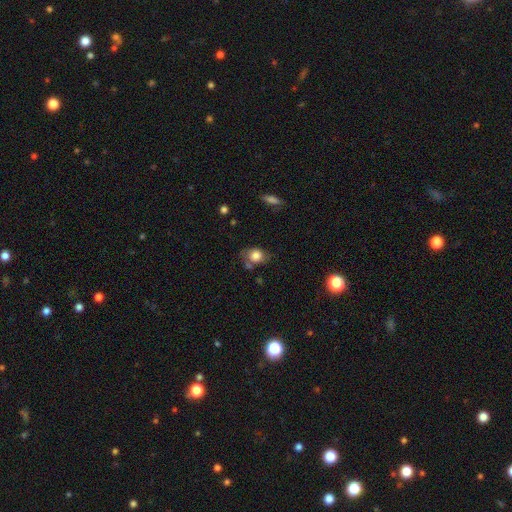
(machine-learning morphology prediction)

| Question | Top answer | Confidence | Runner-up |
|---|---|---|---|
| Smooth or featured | smooth | 74% | featured or disk (17%) |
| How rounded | round | 50% | in between (49%) |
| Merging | none | 51% | minor disturbance (28%) |